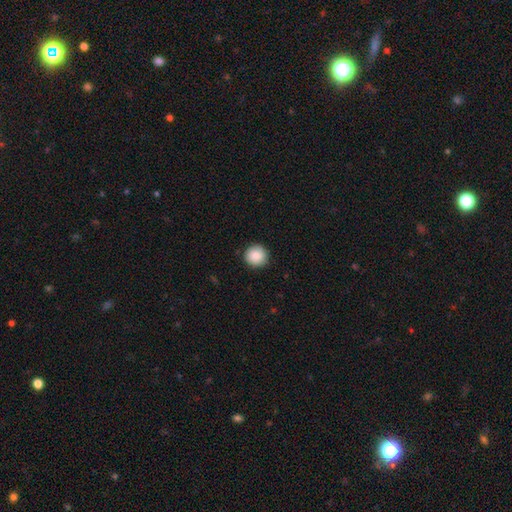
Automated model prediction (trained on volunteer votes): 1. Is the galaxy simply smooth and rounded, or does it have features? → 87% smooth, 7% star or artifact, 6% featured or disk.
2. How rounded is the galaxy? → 93% round, 6% in between, 1% cigar-shaped.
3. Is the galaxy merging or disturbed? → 88% none, 9% minor disturbance, 2% major disturbance, 1% merger.